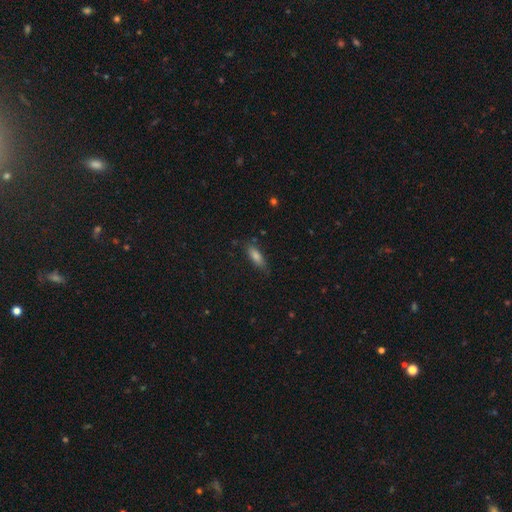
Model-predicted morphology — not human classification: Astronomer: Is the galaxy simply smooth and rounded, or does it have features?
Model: smooth — 71%.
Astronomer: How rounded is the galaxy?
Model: in between — 51% (runner-up: cigar-shaped, 47%).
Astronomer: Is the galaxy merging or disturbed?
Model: none — 77%.